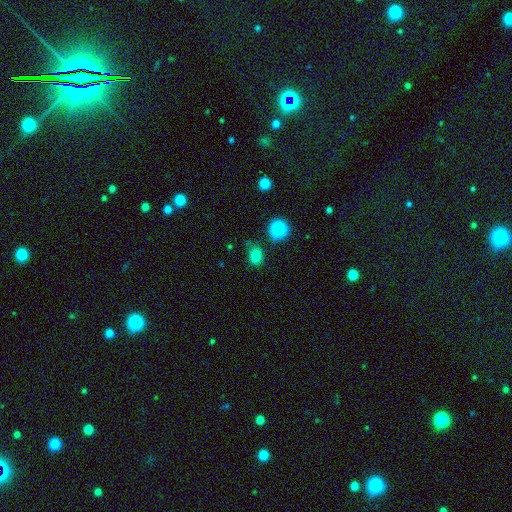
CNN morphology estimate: type=smooth (80%); roundness=in between (56%); merging=none (69%).